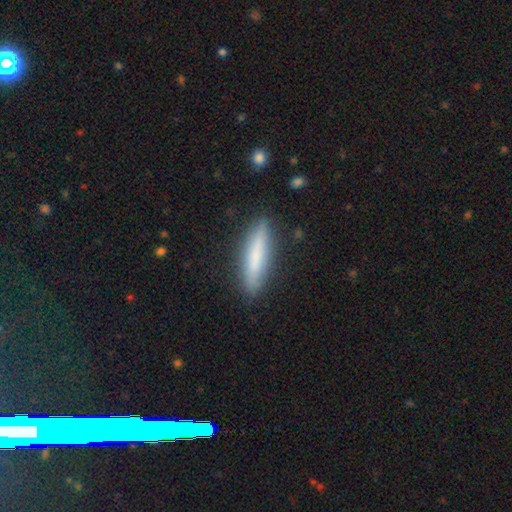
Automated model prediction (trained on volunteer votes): Q: Smooth or featured?
A: smooth (73%); runner-up: featured or disk (21%)
Q: How rounded?
A: cigar-shaped (85%); runner-up: in between (13%)
Q: Merging?
A: none (88%); runner-up: minor disturbance (9%)